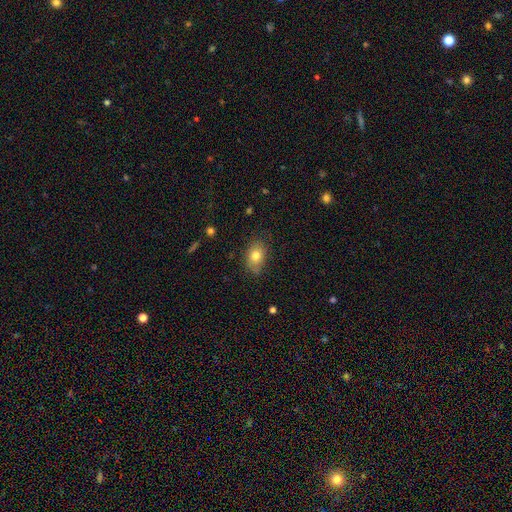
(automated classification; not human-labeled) smooth 79%, featured or disk 12%, star or artifact 9%. Down the decision tree: how rounded — in between (80%); merging — none (76%).